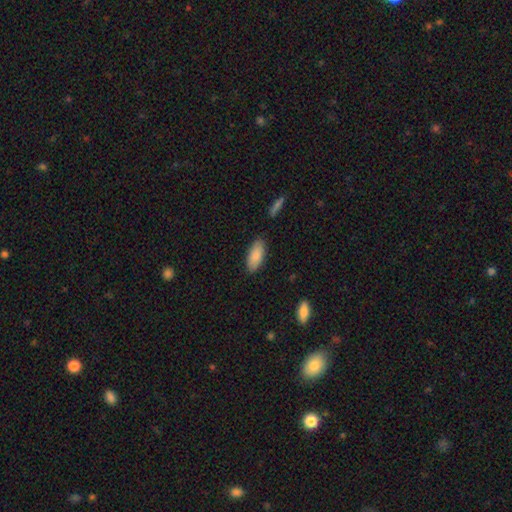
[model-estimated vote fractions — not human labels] Morphology: type=smooth (87%); roundness=in between (86%); merging=none (85%).